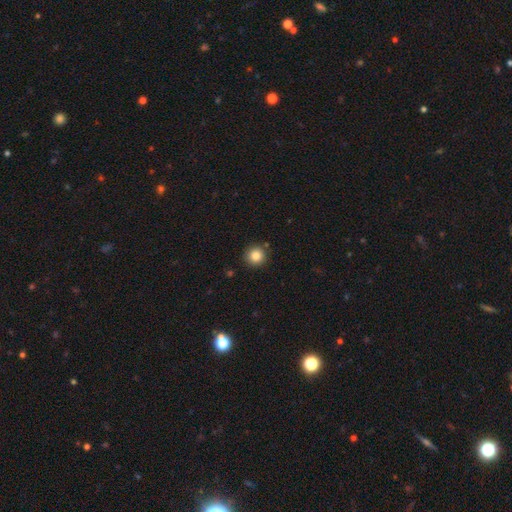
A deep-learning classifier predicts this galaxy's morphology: smooth-or-featured: smooth: 85% | star or artifact: 10% | featured or disk: 5%
  how-rounded: round: 94% | in between: 5% | cigar-shaped: 1%
  merging: none: 88% | minor disturbance: 7% | merger: 3% | major disturbance: 2%